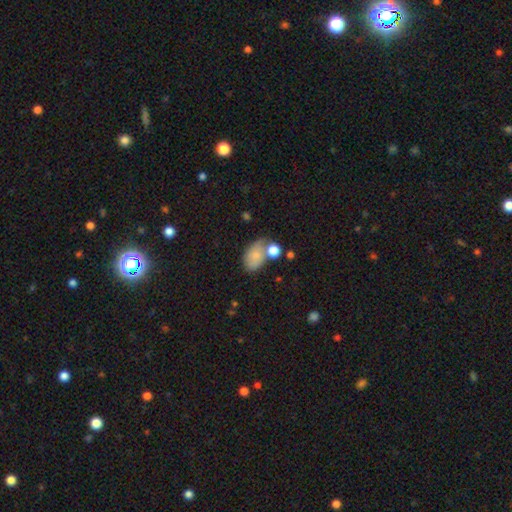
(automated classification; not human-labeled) Smooth or featured: smooth — 78% (featured or disk — 12%)
How rounded: in between — 86% (round — 13%)
Merging: none — 43% (minor disturbance — 24%)